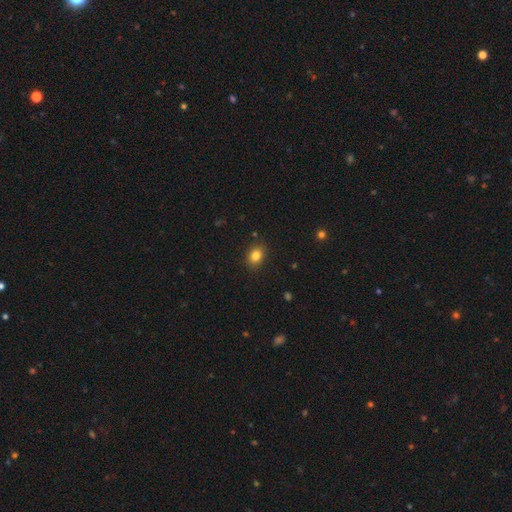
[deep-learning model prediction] Overall: smooth (84%). How rounded: in between (58%; round 41%). Merging: none (88%).